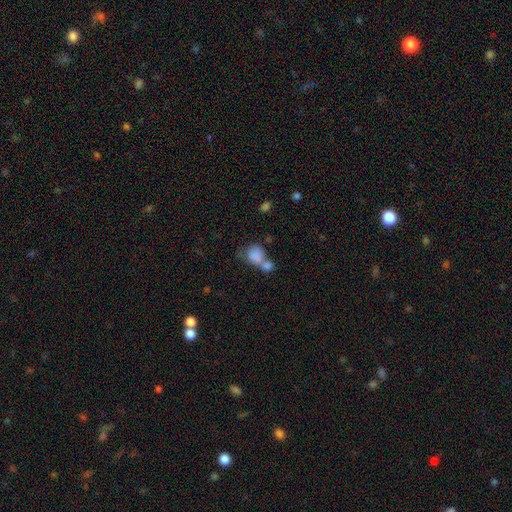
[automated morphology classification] smooth-or-featured: smooth: 80% | featured or disk: 11% | star or artifact: 9%
  how-rounded: round: 60% | in between: 38% | cigar-shaped: 1%
  merging: merger: 61% | none: 23% | minor disturbance: 9% | major disturbance: 7%